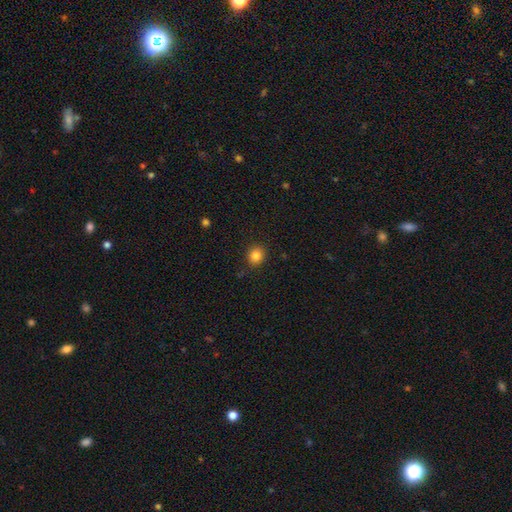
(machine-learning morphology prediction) The model was most divided on "how rounded": round: 81%, in between: 18%, cigar-shaped: 1%. More confident: merging — none (89%); smooth or featured — smooth (84%).